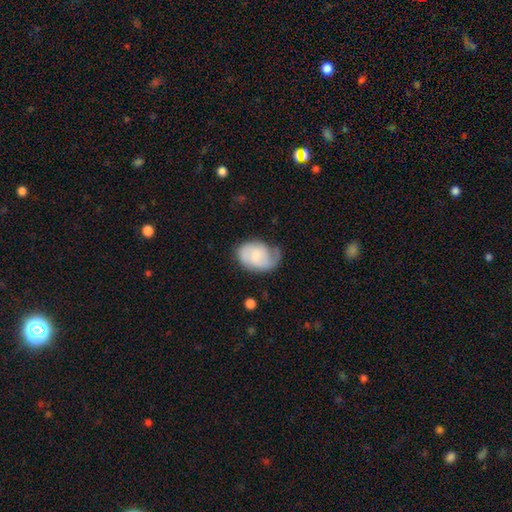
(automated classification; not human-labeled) smooth-or-featured: featured or disk: 58% | smooth: 35% | star or artifact: 6%
  disk-edge-on: no: 97% | yes: 3%
    bar: no: 51% | weak: 42% | strong: 7%
    has-spiral-arms: yes: 88% | no: 12%
    bulge-size: small: 47% | moderate: 34% | none: 12% | large: 5% | dominant: 2%
  merging: none: 52% | minor disturbance: 31% | major disturbance: 15% | merger: 2%